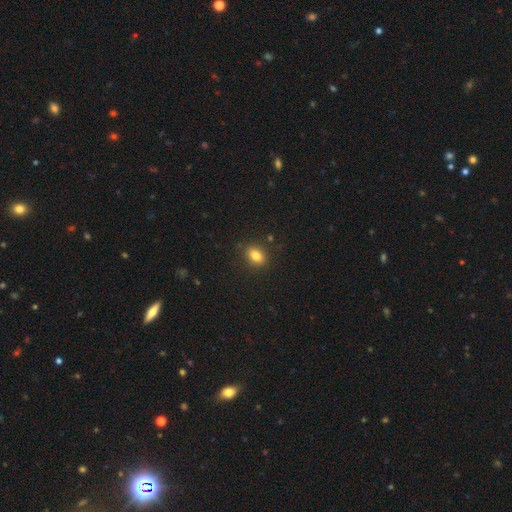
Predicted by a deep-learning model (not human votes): Smooth or featured? smooth (82%)
How rounded? in between (70%)
Merging? none (86%)